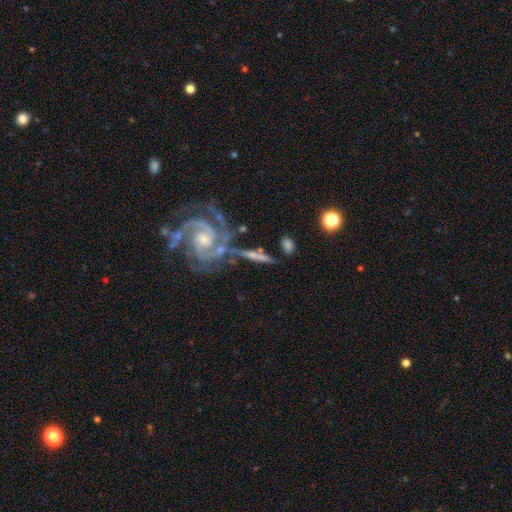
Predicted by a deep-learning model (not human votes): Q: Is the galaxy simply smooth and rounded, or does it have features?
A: featured or disk — 64%.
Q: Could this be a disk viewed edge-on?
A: no — 55%.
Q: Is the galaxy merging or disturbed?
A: none — 55%.